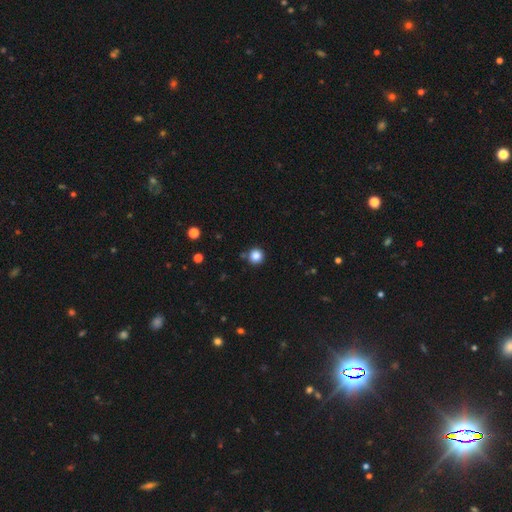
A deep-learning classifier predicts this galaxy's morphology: A smooth galaxy with no disk features (85%) that is round (95%). Merging: none (86%).